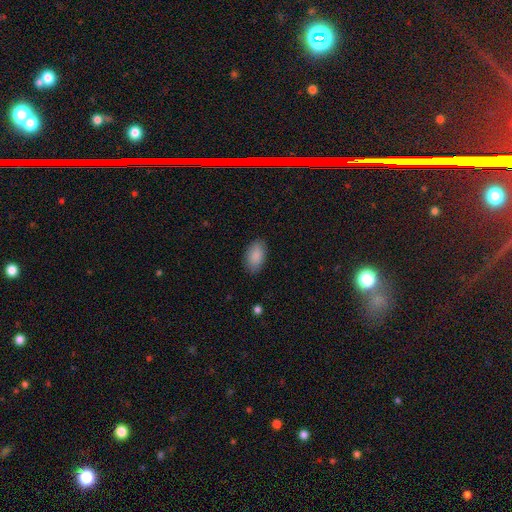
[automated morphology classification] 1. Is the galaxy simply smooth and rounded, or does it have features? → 89% smooth, 6% star or artifact, 5% featured or disk.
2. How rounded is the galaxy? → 94% in between, 5% round, 2% cigar-shaped.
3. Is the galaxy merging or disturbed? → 85% none, 11% minor disturbance, 3% major disturbance, 1% merger.